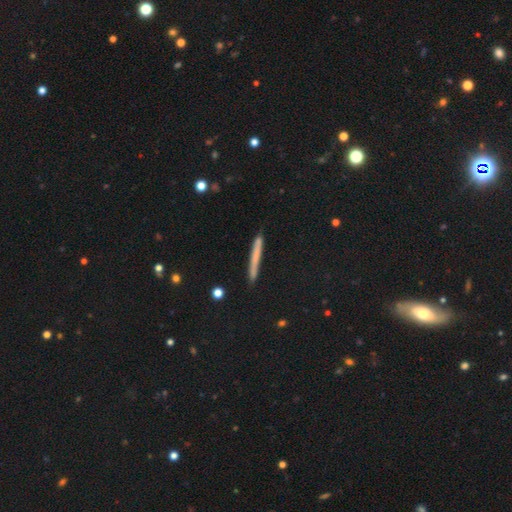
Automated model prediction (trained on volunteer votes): This is likely a smooth galaxy (64%). How rounded: clearly cigar-shaped (96%). Merging: clearly none (87%).